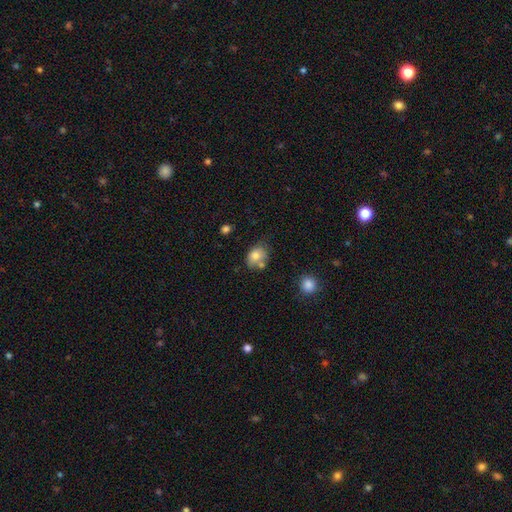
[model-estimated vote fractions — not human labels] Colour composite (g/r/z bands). It shows a smooth galaxy with no disk features (77%) that is in between round and cigar-shaped (67%). Merging: none (52%).